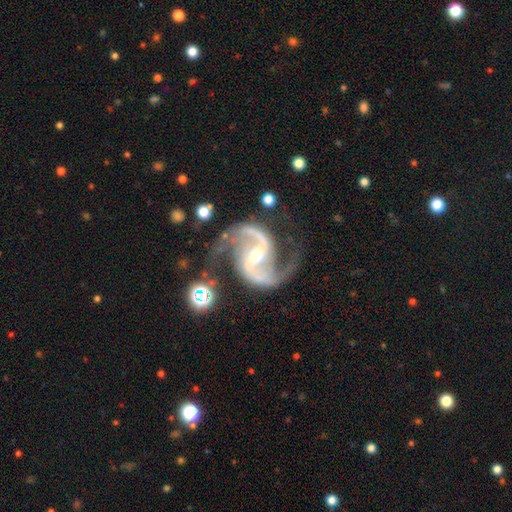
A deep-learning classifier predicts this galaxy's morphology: A featured or disk galaxy (93%) with a strong bar (40%), 2 (94%) medium (58%) spiral arms (99%) and a moderate central bulge (51%). Merging: none (75%).